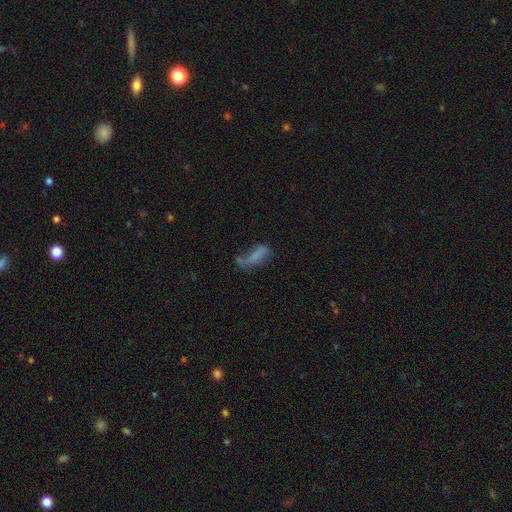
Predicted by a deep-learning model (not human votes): The model was most divided on "merging": none: 32%, major disturbance: 30%, minor disturbance: 25%, merger: 13%. More confident: how rounded — in between (69%); smooth or featured — smooth (60%).